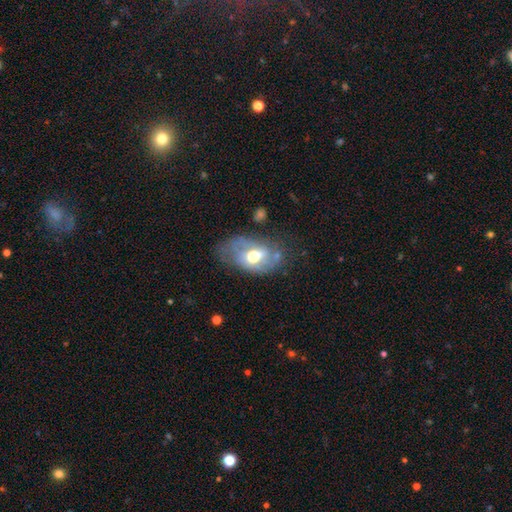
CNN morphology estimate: Smooth or featured? featured or disk (60%)
Edge-on disk? no (92%)
Bar? no (60%)
Spiral arms? no (52%)
Bulge size? moderate (66%)
Merging? none (54%)